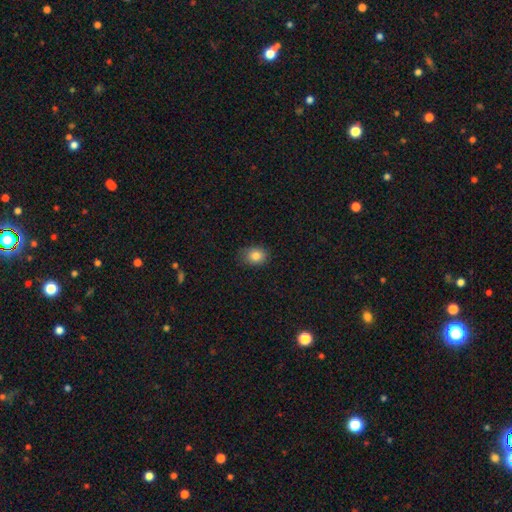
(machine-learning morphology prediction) This is clearly a smooth galaxy (84%). How rounded: possibly in between (52%). Merging: likely none (79%).